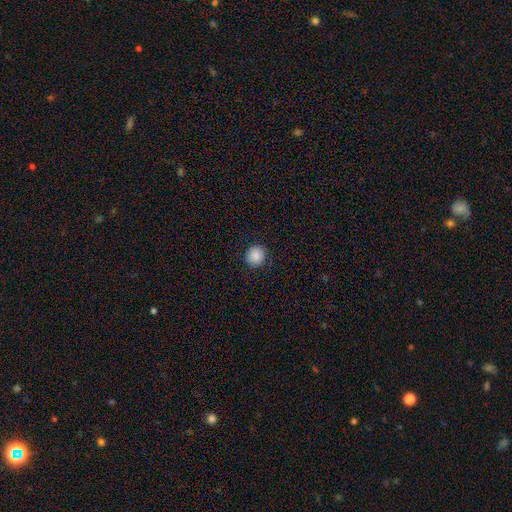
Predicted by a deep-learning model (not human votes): A smooth galaxy with no disk features (88%) that is round (90%).

Vote fractions:
- Smooth or featured? smooth: 88% / star or artifact: 9% / featured or disk: 3%
- How rounded? round: 90% / in between: 9% / cigar-shaped: 1%
- Merging? none: 90% / minor disturbance: 7% / major disturbance: 2% / merger: 1%